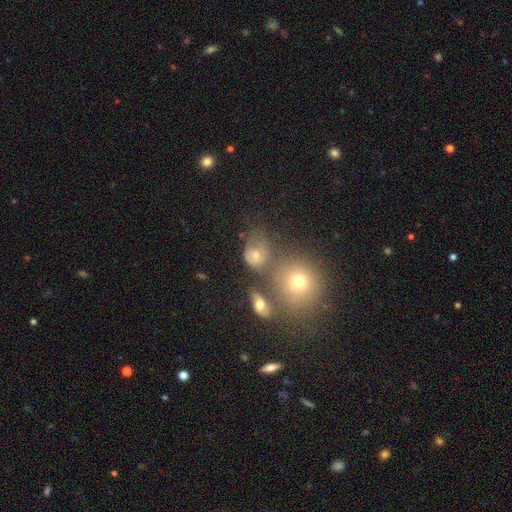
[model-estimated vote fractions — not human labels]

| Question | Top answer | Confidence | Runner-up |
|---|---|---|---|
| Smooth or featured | smooth | 62% | featured or disk (23%) |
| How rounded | round | 59% | in between (39%) |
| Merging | none | 38% | merger (26%) |